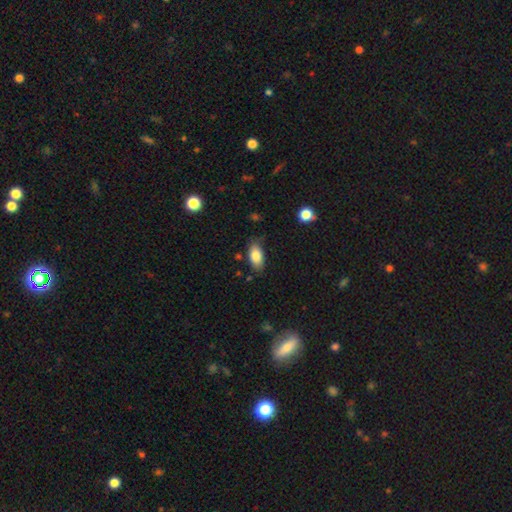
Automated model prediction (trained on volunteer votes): Q: Smooth or featured?
A: smooth (82%); runner-up: featured or disk (11%)
Q: How rounded?
A: in between (92%); runner-up: round (4%)
Q: Merging?
A: none (76%); runner-up: minor disturbance (18%)